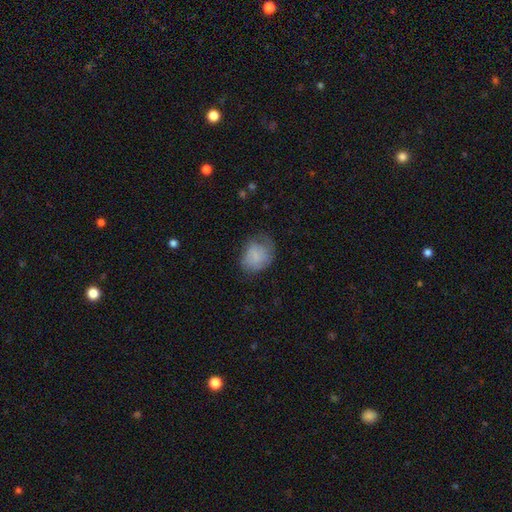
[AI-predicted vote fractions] The model was most divided on "how rounded": round: 50%, in between: 49%, cigar-shaped: 1%. Remaining: smooth or featured — smooth (71%); merging — none (46%).